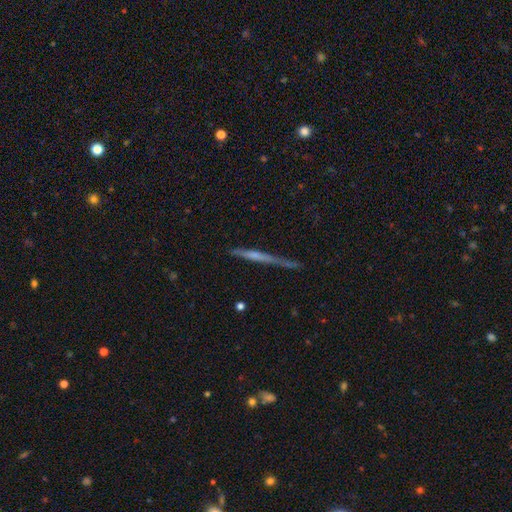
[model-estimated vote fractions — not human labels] smooth_or_featured: featured or disk (p=0.52) [alt: smooth p=0.41]
disk_edge_on: yes (p=0.95) [alt: no p=0.05]
merging: none (p=0.70) [alt: minor disturbance p=0.20]